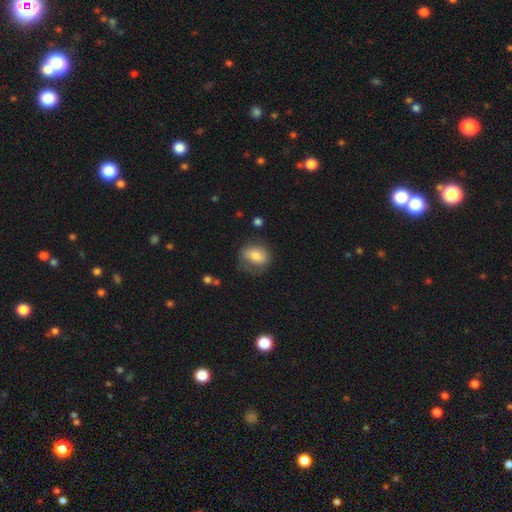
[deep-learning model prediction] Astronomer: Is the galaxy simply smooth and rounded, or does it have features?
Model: smooth — 71%.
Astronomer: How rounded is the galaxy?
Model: in between — 57% (runner-up: round, 42%).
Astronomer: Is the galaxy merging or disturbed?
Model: none — 59%.